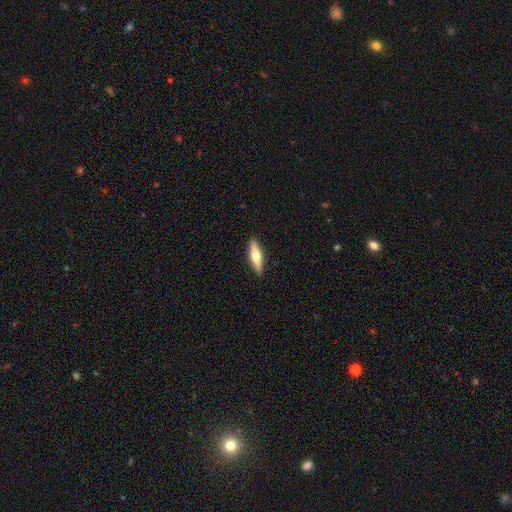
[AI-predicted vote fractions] smooth-or-featured: featured or disk: 50% | smooth: 45% | star or artifact: 5%
  merging: none: 90% | minor disturbance: 7% | major disturbance: 2% | merger: 1%